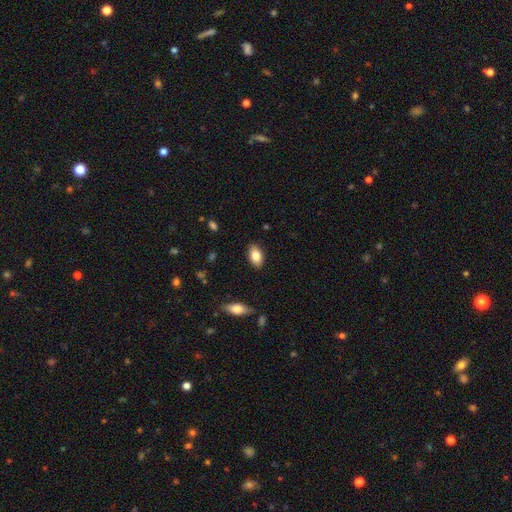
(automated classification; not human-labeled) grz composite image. It shows a smooth galaxy with no disk features (84%) that is in between round and cigar-shaped (91%). Merging: none (87%).